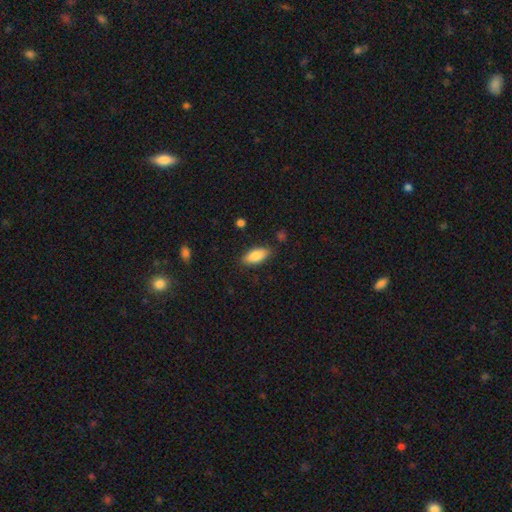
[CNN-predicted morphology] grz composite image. It shows a smooth galaxy with no disk features (84%) that is in between round and cigar-shaped (85%). Merging: none (84%).